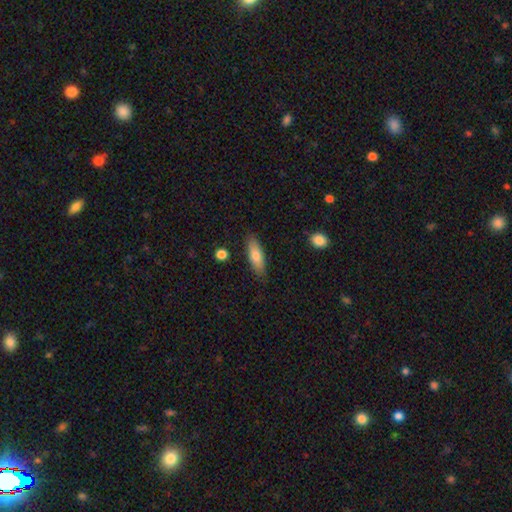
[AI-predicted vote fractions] Q: Smooth or featured?
A: smooth (74%); runner-up: featured or disk (19%)
Q: How rounded?
A: in between (53%); runner-up: cigar-shaped (45%)
Q: Merging?
A: none (84%); runner-up: minor disturbance (12%)